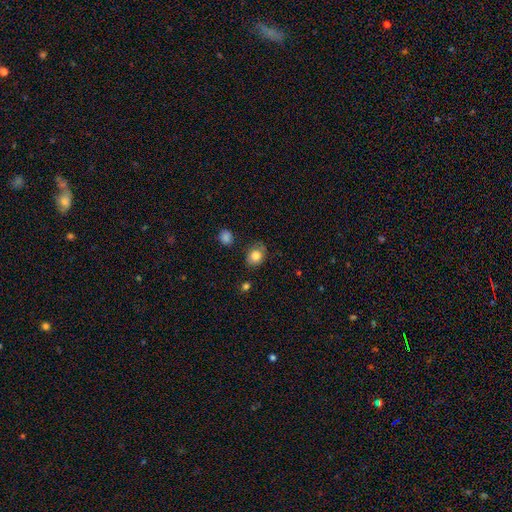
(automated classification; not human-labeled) Smooth or featured? Predicted: smooth (p=0.82). How rounded? Predicted: round (p=0.60). Merging? Predicted: none (p=0.75).